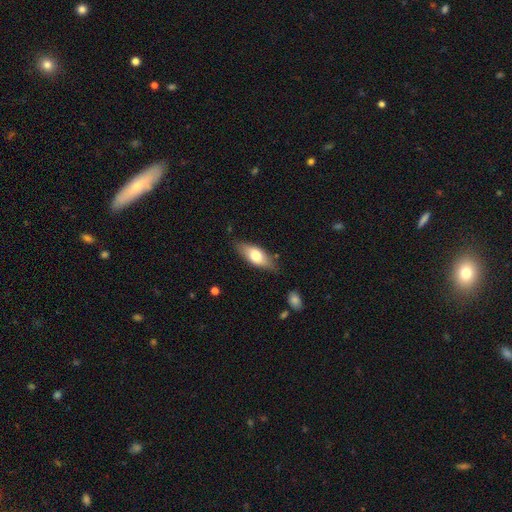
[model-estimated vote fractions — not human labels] Smooth or featured?
  - smooth: 70% *
  - featured or disk: 24%
  - star or artifact: 6%
How rounded?
  - in between: 76% *
  - cigar-shaped: 21%
  - round: 3%
Merging?
  - none: 79% *
  - minor disturbance: 16%
  - major disturbance: 3%
  - merger: 2%